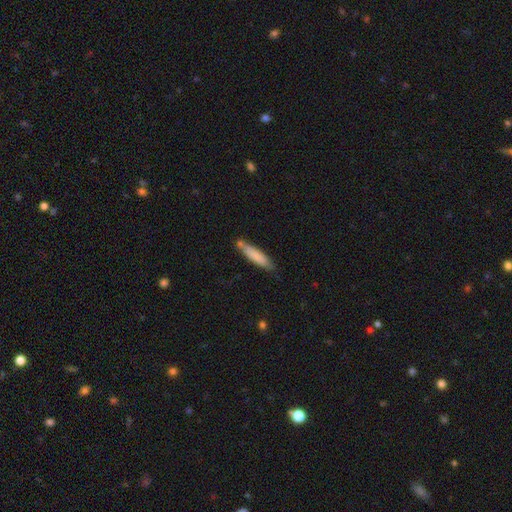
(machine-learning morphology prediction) type=smooth (79%); roundness=cigar-shaped (83%); merging=none (68%).